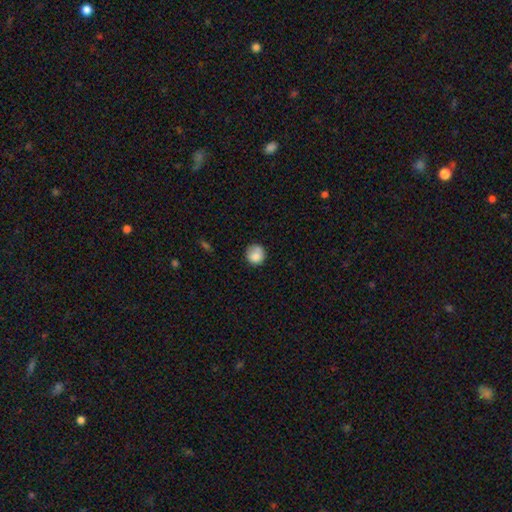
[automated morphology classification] This appears to be a smooth galaxy with no disk features (83%) that is round (90%). Merging: none (72%).